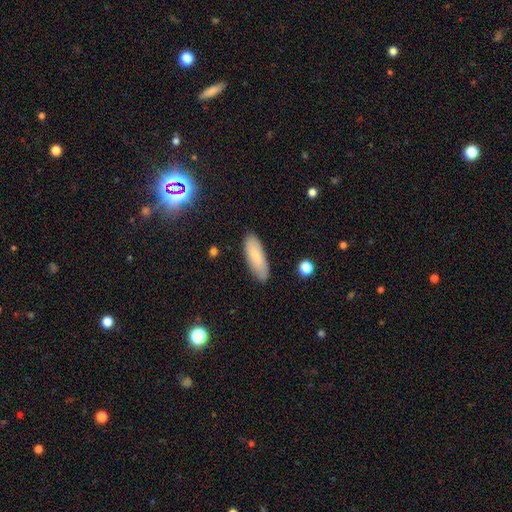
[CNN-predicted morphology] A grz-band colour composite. It shows a smooth galaxy with no disk features (76%) that is in between round and cigar-shaped (63%). Merging: none (85%).